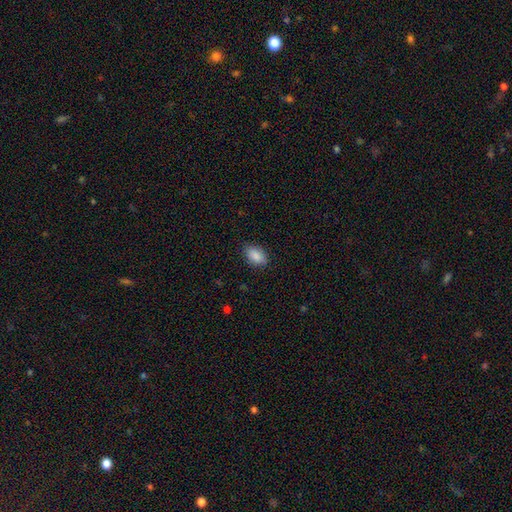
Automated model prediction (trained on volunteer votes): Smooth or featured: smooth — 89% (star or artifact — 7%)
How rounded: in between — 91% (round — 7%)
Merging: none — 85% (minor disturbance — 11%)